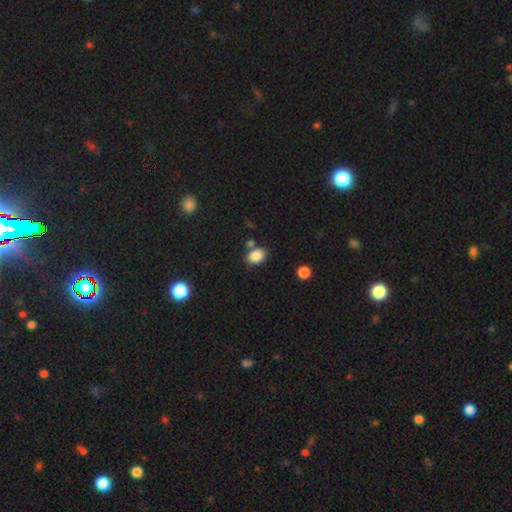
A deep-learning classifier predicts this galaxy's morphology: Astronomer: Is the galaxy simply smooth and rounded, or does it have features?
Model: smooth — 87%.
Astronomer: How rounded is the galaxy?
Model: in between — 71%.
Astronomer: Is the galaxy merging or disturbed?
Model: none — 71%.